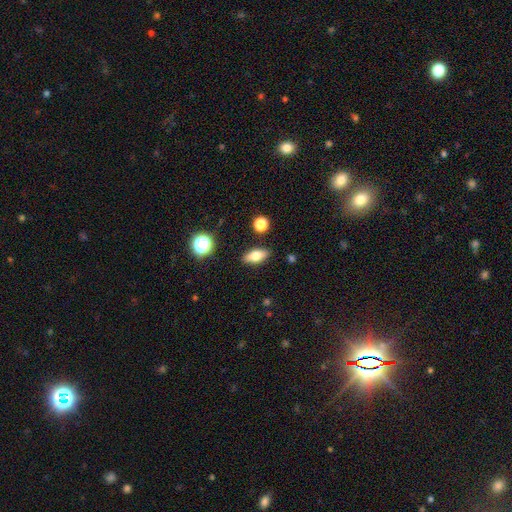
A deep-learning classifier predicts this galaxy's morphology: smooth-or-featured: smooth: 65% | featured or disk: 25% | star or artifact: 9%
  how-rounded: in between: 73% | cigar-shaped: 19% | round: 7%
  merging: none: 88% | minor disturbance: 8% | major disturbance: 2% | merger: 2%